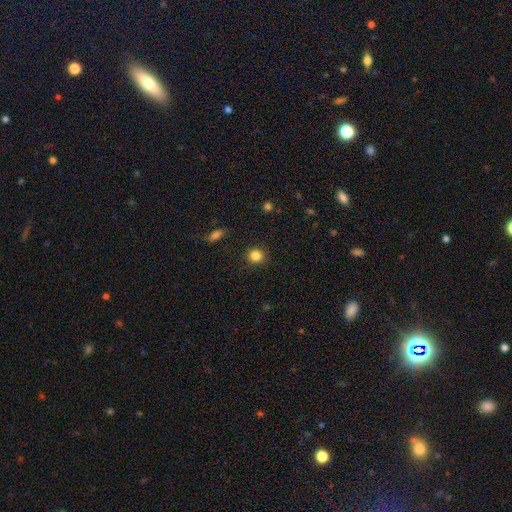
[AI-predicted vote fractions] Smooth or featured? Predicted: smooth (p=0.84). How rounded? Predicted: round (p=0.88). Merging? Predicted: none (p=0.90).